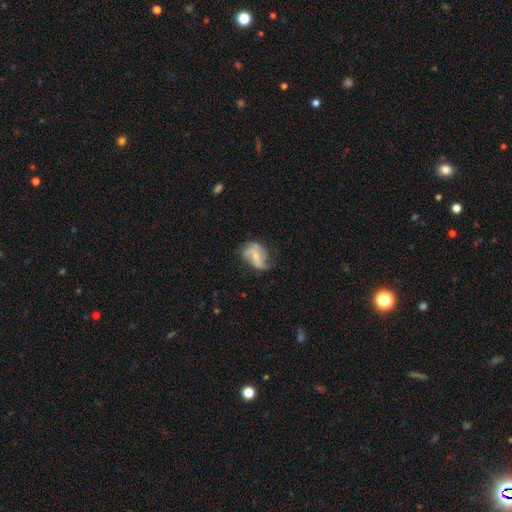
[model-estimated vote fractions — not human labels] Smooth or featured: featured or disk — 70% (smooth — 23%)
Edge-on disk: no — 97% (yes — 3%)
Bar: weak — 41% (tied with no — 41%)
Spiral arms: yes — 87% (no — 13%)
Spiral winding: loose — 58% (medium — 31%)
Spiral arm count: 2 — 67% (can't tell — 11%)
Bulge size: small — 58% (moderate — 30%)
Merging: none — 51% (minor disturbance — 28%)